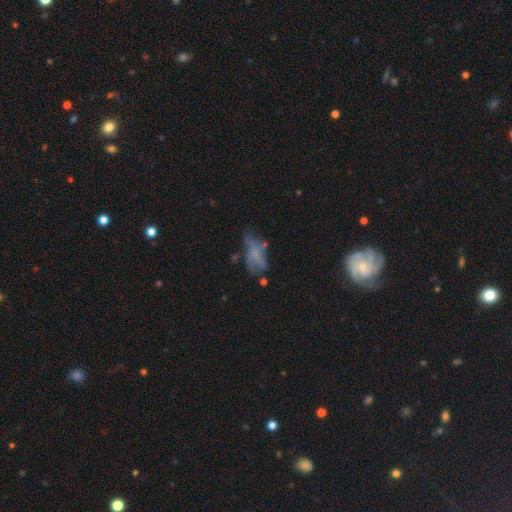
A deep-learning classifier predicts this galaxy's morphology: type=smooth (45%); merging=none (35%).